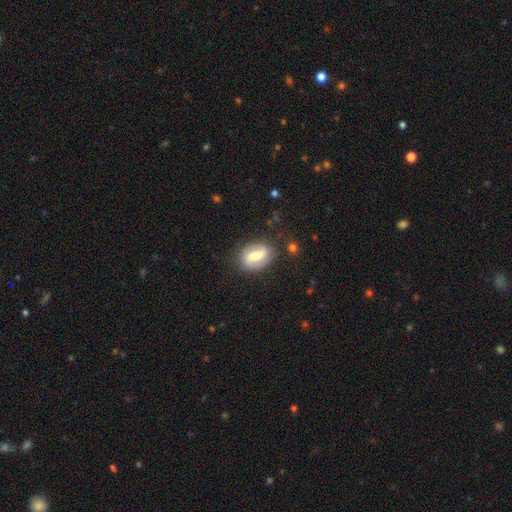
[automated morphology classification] A featured or disk galaxy (47%). Merging: none (76%).